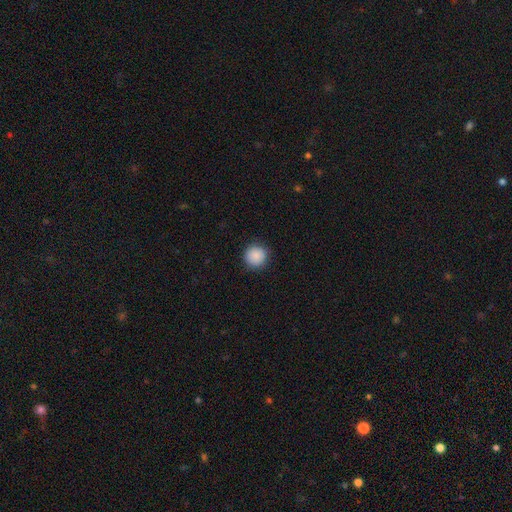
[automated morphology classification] smooth 88%, star or artifact 8%, featured or disk 3%. Down the decision tree: how rounded — round (94%); merging — none (90%).